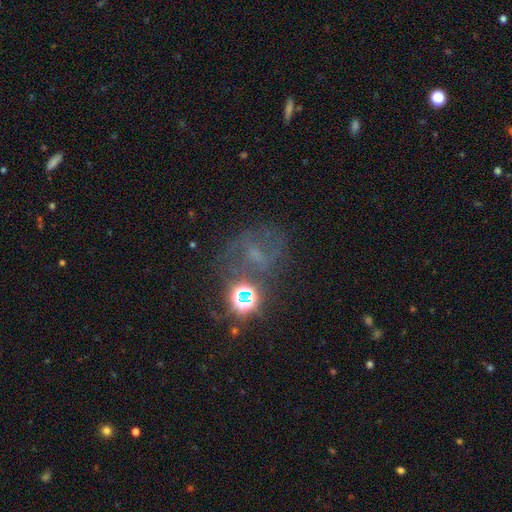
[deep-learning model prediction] Smooth or featured? featured or disk (44%)
Merging? none (54%)